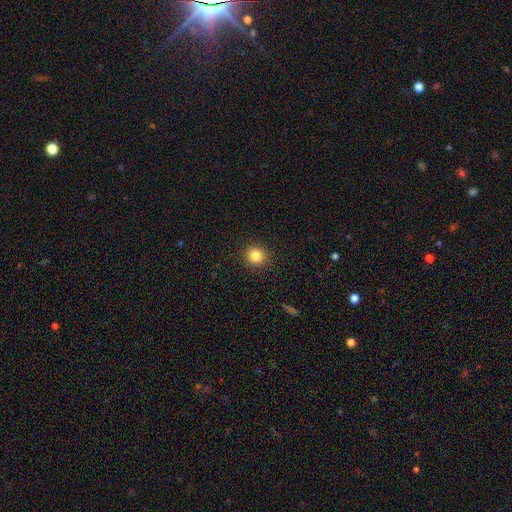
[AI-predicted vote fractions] A smooth galaxy with no disk features (83%) that is round (91%). Merging: none (91%).